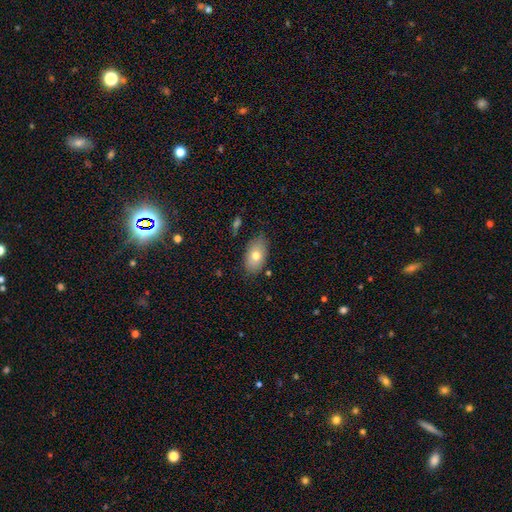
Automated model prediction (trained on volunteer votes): smooth-or-featured: smooth: 73% | featured or disk: 19% | star or artifact: 8%
  how-rounded: in between: 90% | round: 8% | cigar-shaped: 2%
  merging: none: 79% | minor disturbance: 16% | major disturbance: 3% | merger: 2%